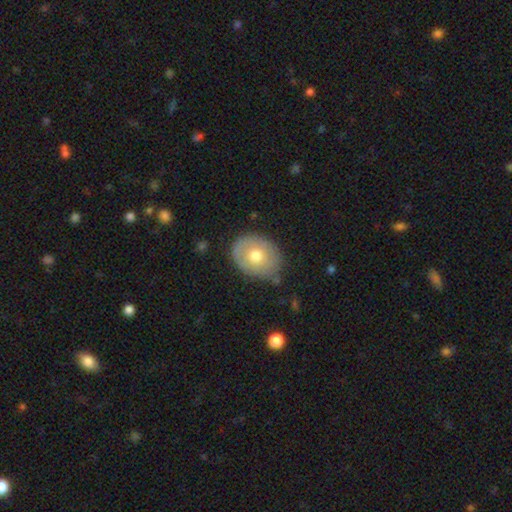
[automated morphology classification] Smooth or featured?
  - smooth: 63% *
  - featured or disk: 29%
  - star or artifact: 7%
How rounded?
  - in between: 58% *
  - round: 41%
  - cigar-shaped: 1%
Merging?
  - none: 73% *
  - minor disturbance: 21%
  - major disturbance: 4%
  - merger: 2%